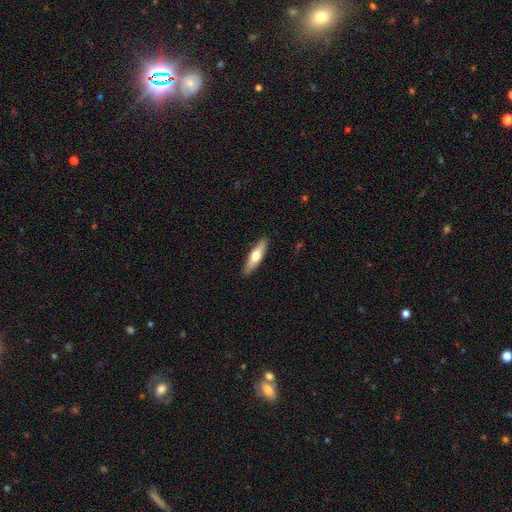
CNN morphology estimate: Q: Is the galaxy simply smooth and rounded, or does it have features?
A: smooth — 57%.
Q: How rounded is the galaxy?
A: cigar-shaped — 68%.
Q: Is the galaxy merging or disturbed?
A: none — 89%.